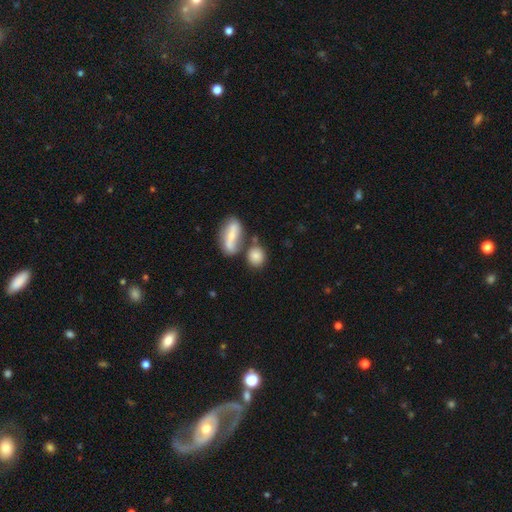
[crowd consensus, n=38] A smooth galaxy with no disk features (87%) that is round (73%).

Vote fractions:
- Smooth or featured? smooth: 87% / featured or disk: 8% / star or artifact: 5%
- How rounded? round: 73% / in between: 21% / cigar-shaped: 6%
- Merging? none: 75% / minor disturbance: 17% / merger: 8% / major disturbance: 0%